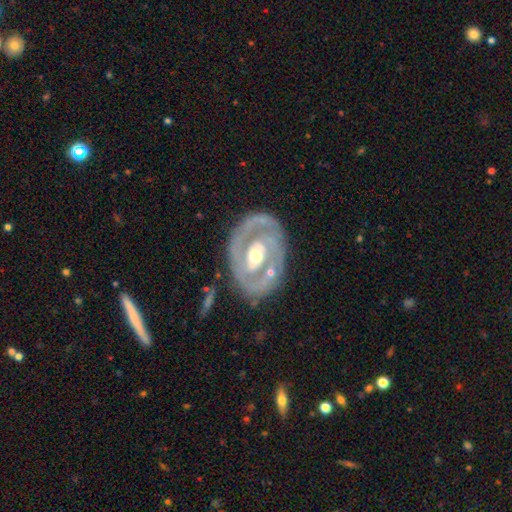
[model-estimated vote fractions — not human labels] The model was most divided on "spiral arms": yes: 60%, no: 40%. More confident: edge-on disk — no (95%); smooth or featured — featured or disk (80%); bulge size — moderate (72%); merging — none (70%); bar — no (52%).